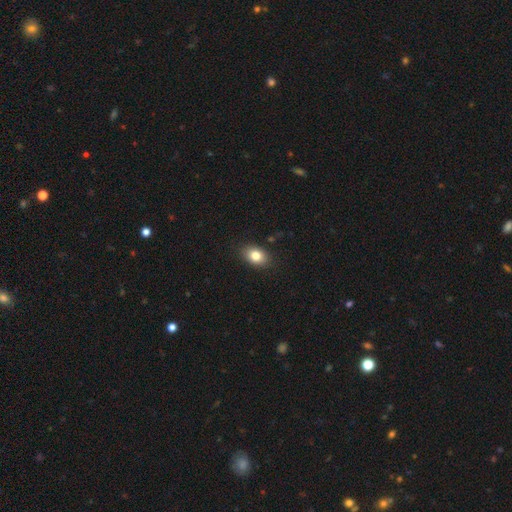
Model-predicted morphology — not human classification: smooth_or_featured: smooth (p=0.82) [alt: star or artifact p=0.09]
how_rounded: in between (p=0.76) [alt: round p=0.23]
merging: none (p=0.88) [alt: minor disturbance p=0.09]